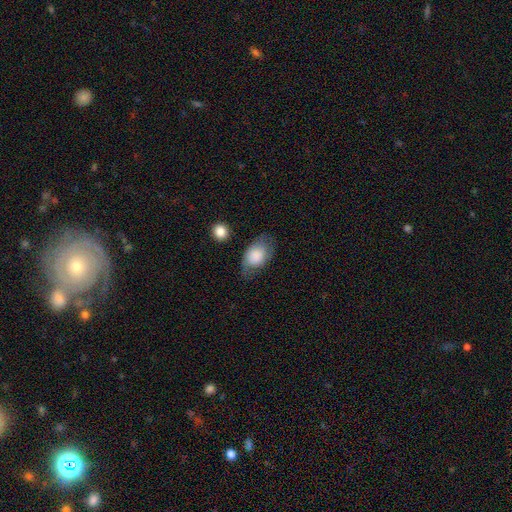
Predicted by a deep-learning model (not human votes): Q: Smooth or featured?
A: smooth (76%); runner-up: featured or disk (18%)
Q: How rounded?
A: in between (86%); runner-up: round (12%)
Q: Merging?
A: none (51%); runner-up: minor disturbance (32%)